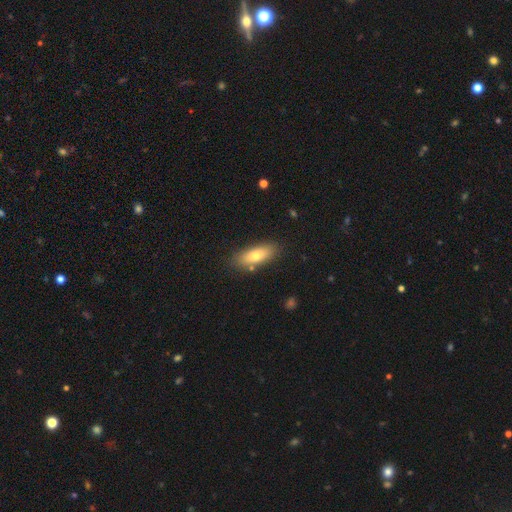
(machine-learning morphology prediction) The model was most divided on "how rounded": in between: 71%, cigar-shaped: 25%, round: 3%. More confident: merging — none (84%); smooth or featured — smooth (70%).